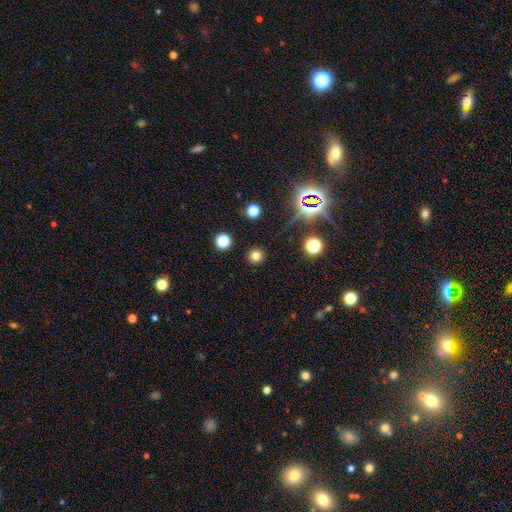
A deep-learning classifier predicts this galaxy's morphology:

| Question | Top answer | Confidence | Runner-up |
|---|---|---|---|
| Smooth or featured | smooth | 75% | star or artifact (19%) |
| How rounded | round | 94% | in between (5%) |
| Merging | none | 90% | minor disturbance (6%) |